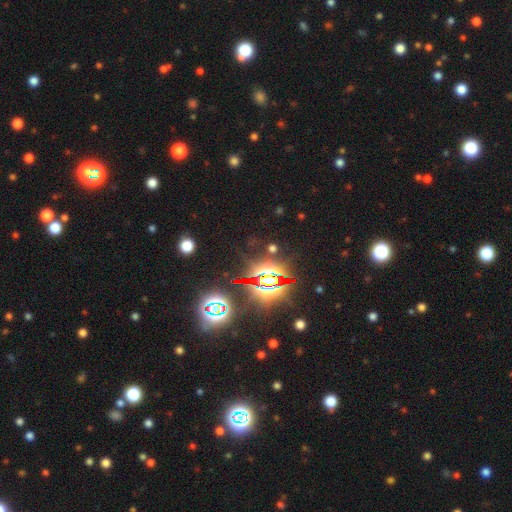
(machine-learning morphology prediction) This appears to be a star or artifact, not a galaxy (83%).